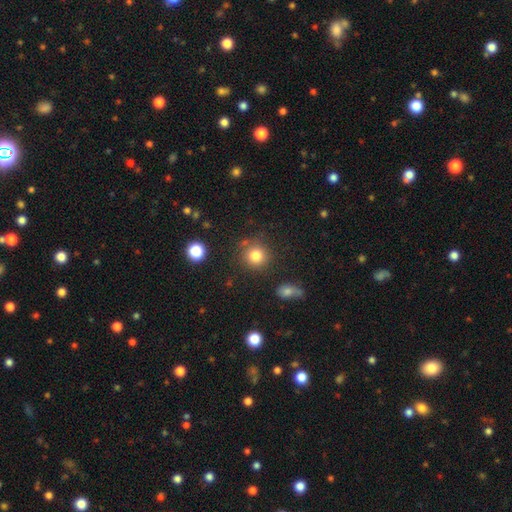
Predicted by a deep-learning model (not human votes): This is clearly a smooth galaxy (81%). How rounded: clearly round (91%). Merging: clearly none (81%).